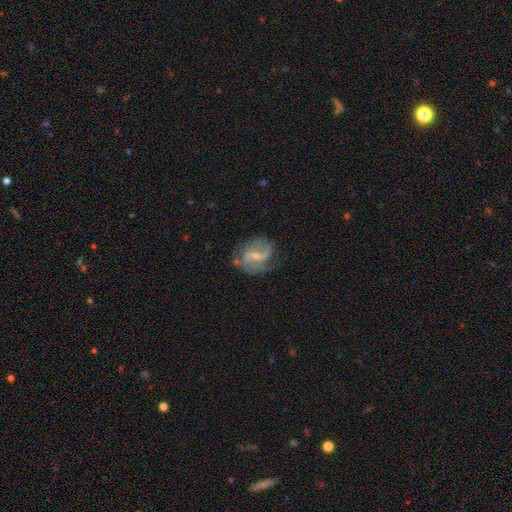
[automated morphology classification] Smooth or featured? Predicted: featured or disk (p=0.84). Edge-on disk? Predicted: no (p=0.98). Bar? Predicted: weak (p=0.56). Spiral arms? Predicted: yes (p=0.95). Spiral winding? Predicted: medium (p=0.49). Spiral arm count? Predicted: 2 (p=0.78). Bulge size? Predicted: small (p=0.61). Merging? Predicted: none (p=0.64).